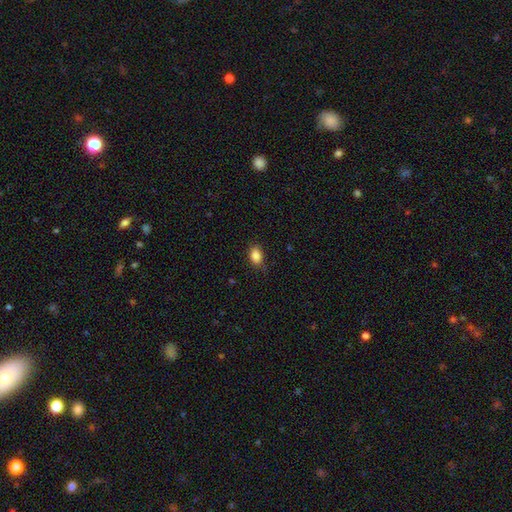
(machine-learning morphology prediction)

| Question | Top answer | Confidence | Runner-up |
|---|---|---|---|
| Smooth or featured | smooth | 86% | star or artifact (9%) |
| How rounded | in between | 81% | round (17%) |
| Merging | none | 81% | minor disturbance (15%) |